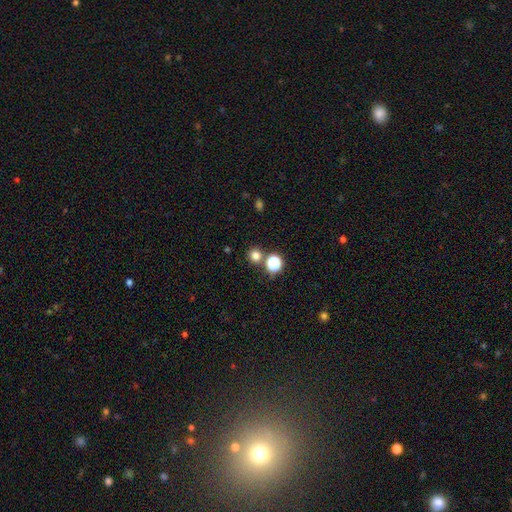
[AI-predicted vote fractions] Smooth or featured?
  - smooth: 75% *
  - star or artifact: 19%
  - featured or disk: 5%
How rounded?
  - round: 92% *
  - in between: 7%
  - cigar-shaped: 1%
Merging?
  - none: 78% *
  - merger: 13%
  - minor disturbance: 6%
  - major disturbance: 3%